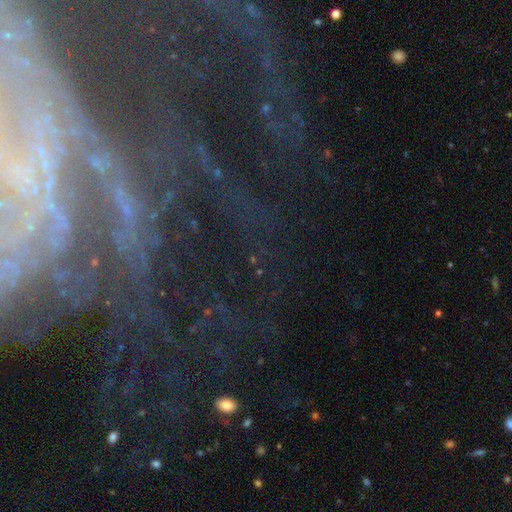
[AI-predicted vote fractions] featured or disk 68%, star or artifact 21%, smooth 11%. Down the decision tree: edge-on disk — no (92%); bar — no (40%); spiral arms — yes (92%); spiral arm count — can't tell (23%); spiral winding — tight (60%); bulge size — small (67%); merging — none (67%).